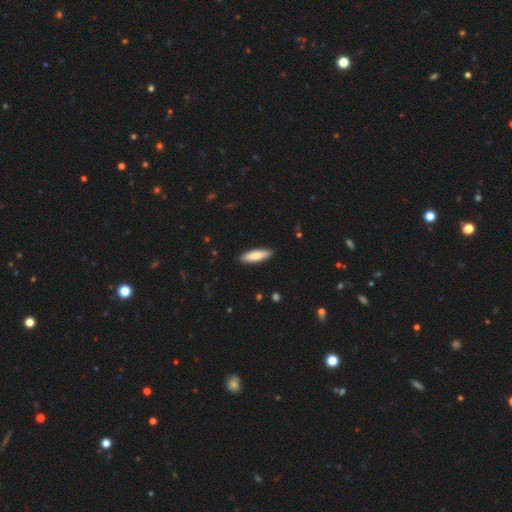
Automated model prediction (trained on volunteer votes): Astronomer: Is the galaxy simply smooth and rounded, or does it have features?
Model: smooth — 81%.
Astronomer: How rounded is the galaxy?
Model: cigar-shaped — 55% (runner-up: in between, 43%).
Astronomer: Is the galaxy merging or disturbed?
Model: none — 90%.